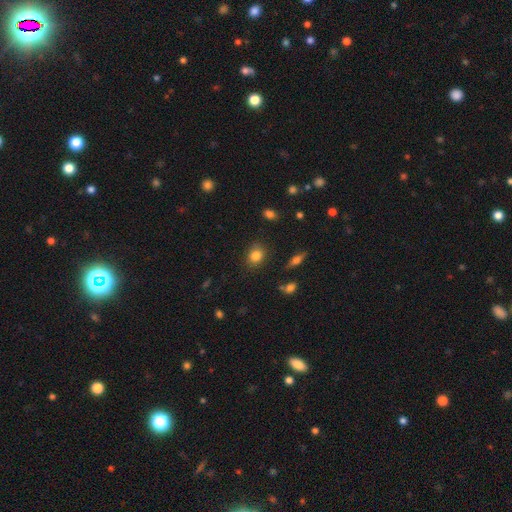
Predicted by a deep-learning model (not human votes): Q: Smooth or featured?
A: smooth (83%); runner-up: star or artifact (10%)
Q: How rounded?
A: round (58%); runner-up: in between (41%)
Q: Merging?
A: none (83%); runner-up: minor disturbance (11%)